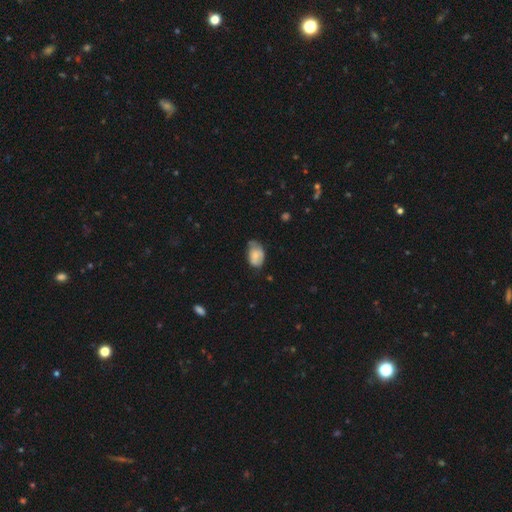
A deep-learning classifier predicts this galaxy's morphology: Smooth or featured: smooth — 70% (featured or disk — 22%)
How rounded: in between — 86% (round — 12%)
Merging: minor disturbance — 43% (none — 40%)